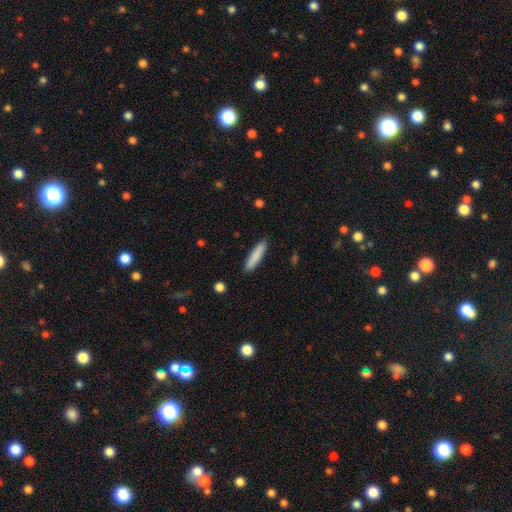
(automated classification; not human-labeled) This appears to be a smooth galaxy with no disk features (86%) that is cigar-shaped (81%). Merging: none (89%).